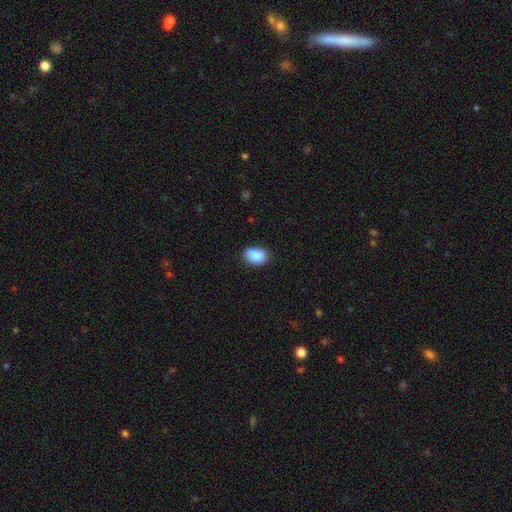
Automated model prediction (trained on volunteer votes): Smooth or featured? Predicted: smooth (p=0.89). How rounded? Predicted: in between (p=0.86). Merging? Predicted: none (p=0.84).